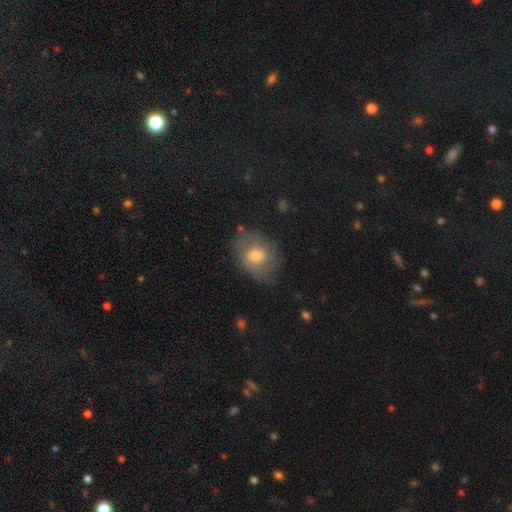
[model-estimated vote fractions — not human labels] smooth 56%, featured or disk 36%, star or artifact 8%. Down the decision tree: how rounded — round (52%); merging — none (68%).